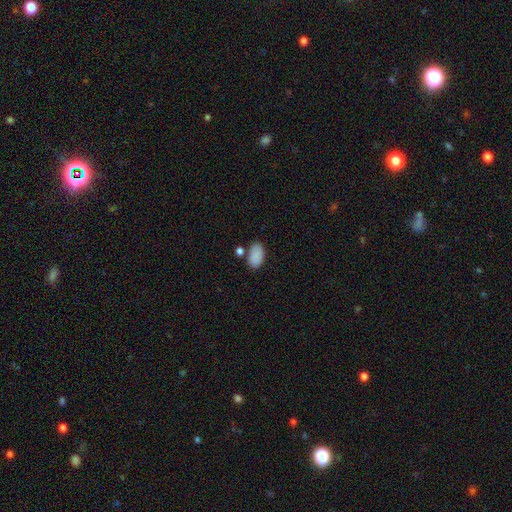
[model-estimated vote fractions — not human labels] Smooth or featured? Predicted: smooth (p=0.87). How rounded? Predicted: in between (p=0.93). Merging? Predicted: none (p=0.71).